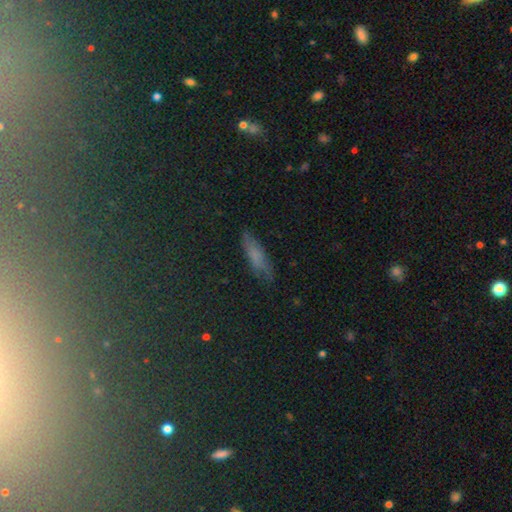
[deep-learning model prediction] Smooth or featured?
  - smooth: 62% *
  - featured or disk: 23%
  - star or artifact: 15%
How rounded?
  - cigar-shaped: 56% *
  - in between: 41%
  - round: 3%
Merging?
  - none: 68% *
  - minor disturbance: 24%
  - major disturbance: 6%
  - merger: 2%